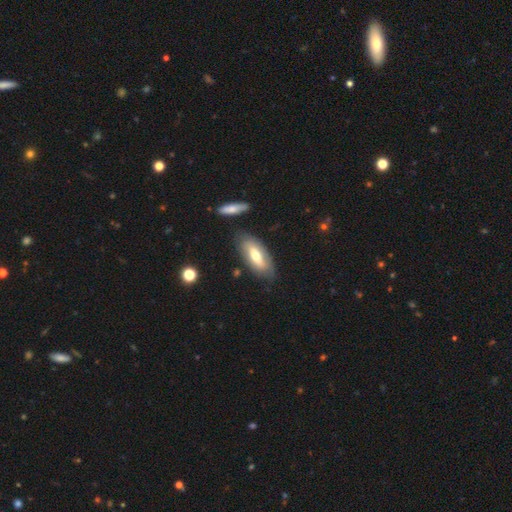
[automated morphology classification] smooth 54%, featured or disk 40%, star or artifact 6%. Down the decision tree: how rounded — in between (80%); merging — none (77%).